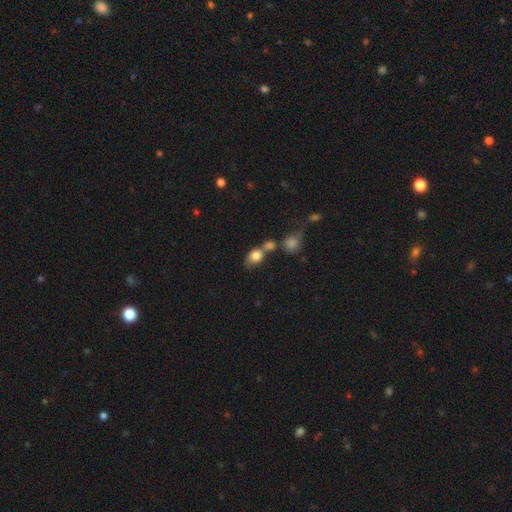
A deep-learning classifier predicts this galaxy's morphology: smooth 80%, featured or disk 10%, star or artifact 9%. Down the decision tree: how rounded — in between (59%); merging — merger (44%).